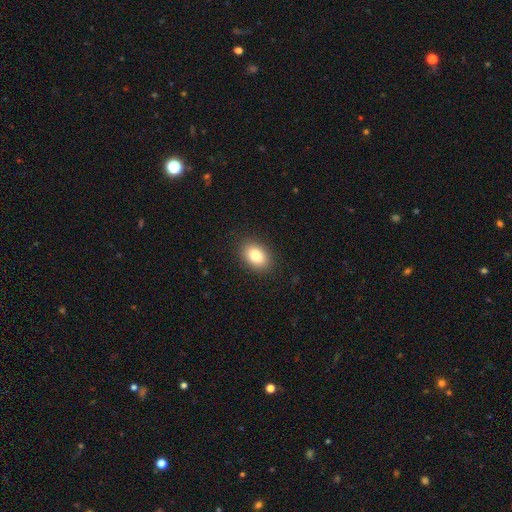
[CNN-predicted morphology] smooth 83%, featured or disk 9%, star or artifact 8%. Down the decision tree: how rounded — in between (83%); merging — none (89%).